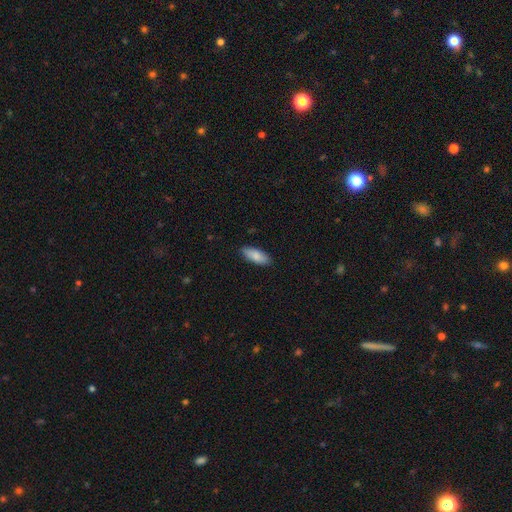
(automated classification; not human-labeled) smooth_or_featured: smooth (p=0.85) [alt: featured or disk p=0.09]
how_rounded: in between (p=0.77) [alt: cigar-shaped p=0.21]
merging: none (p=0.88) [alt: minor disturbance p=0.10]